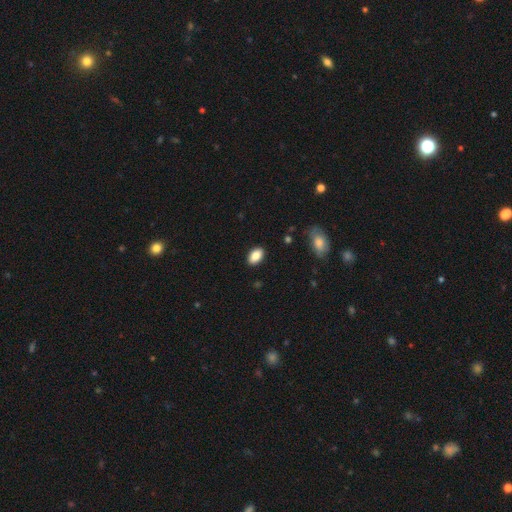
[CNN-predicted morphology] Smooth or featured: smooth — 85% (featured or disk — 8%)
How rounded: in between — 91% (round — 7%)
Merging: none — 88% (minor disturbance — 9%)